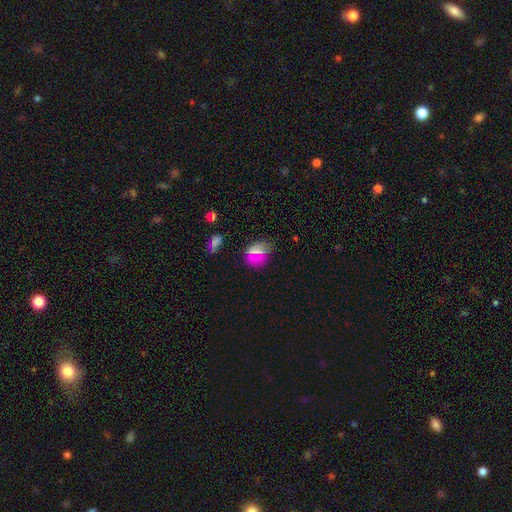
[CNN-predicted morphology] smooth_or_featured: smooth (p=0.70) [alt: star or artifact p=0.22]
how_rounded: round (p=0.49) [alt: in between p=0.48]
merging: none (p=0.82) [alt: minor disturbance p=0.12]